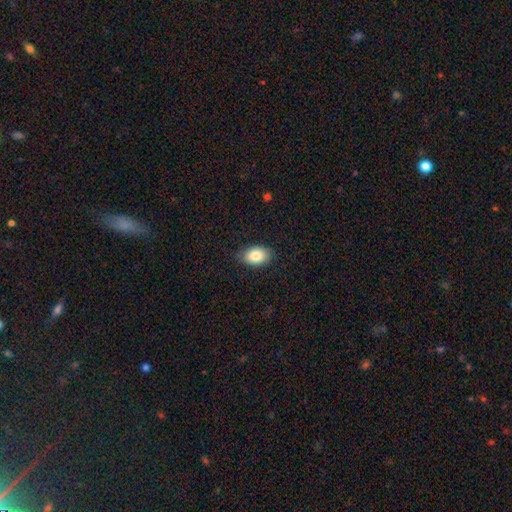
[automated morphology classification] Overall: smooth (86%). How rounded: in between (88%). Merging: none (84%).